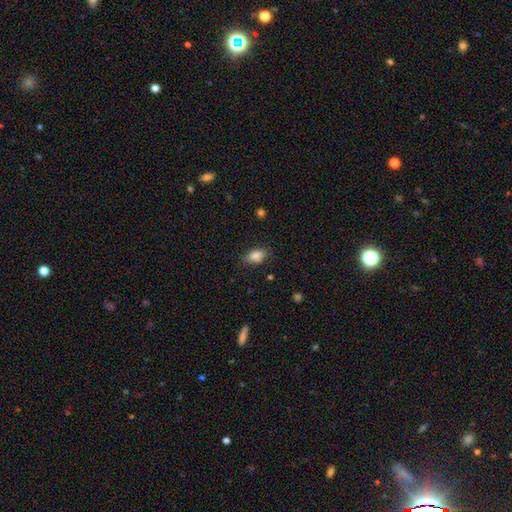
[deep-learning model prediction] smooth_or_featured: smooth (p=0.85) [alt: star or artifact p=0.08]
how_rounded: in between (p=0.87) [alt: round p=0.08]
merging: none (p=0.80) [alt: minor disturbance p=0.15]